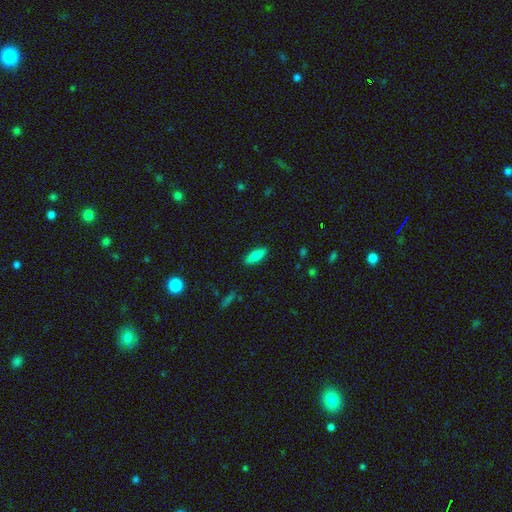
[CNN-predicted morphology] This is clearly a smooth galaxy (82%). How rounded: possibly in between (56%). Merging: clearly none (89%).